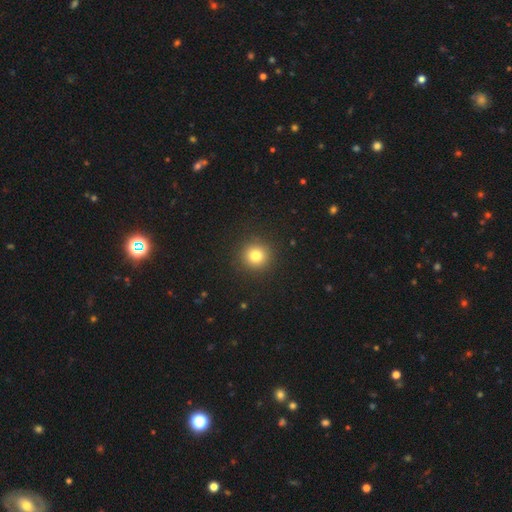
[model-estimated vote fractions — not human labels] Smooth or featured? Predicted: smooth (p=0.80). How rounded? Predicted: round (p=0.95). Merging? Predicted: none (p=0.92).